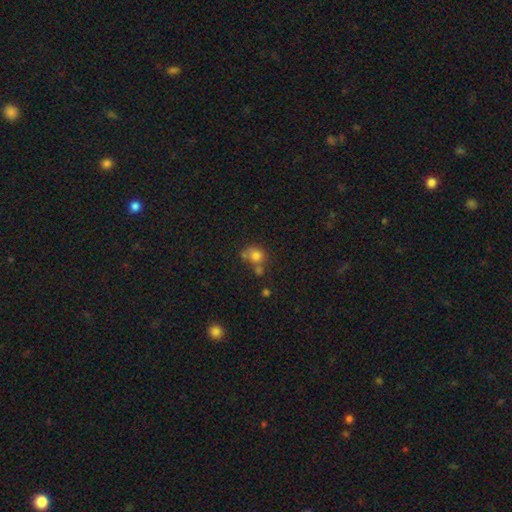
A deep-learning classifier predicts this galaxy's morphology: Smooth or featured? smooth (75%)
How rounded? round (71%)
Merging? none (40%)